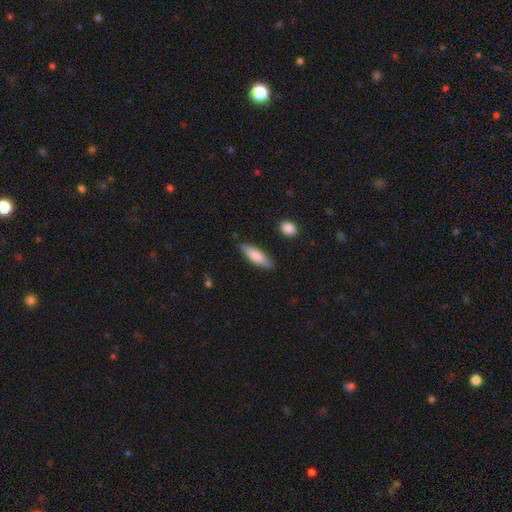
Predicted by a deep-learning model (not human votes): Overall: smooth (77%). How rounded: cigar-shaped (56%; in between 42%). Merging: none (83%).